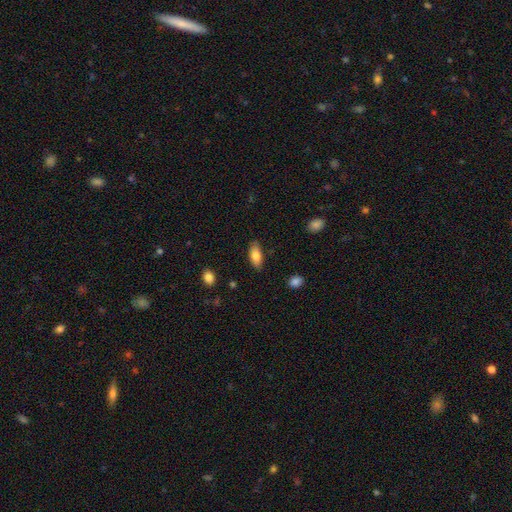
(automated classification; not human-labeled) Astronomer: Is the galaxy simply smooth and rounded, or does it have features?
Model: smooth — 79%.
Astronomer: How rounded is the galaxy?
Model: in between — 79%.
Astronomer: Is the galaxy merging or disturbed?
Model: none — 83%.